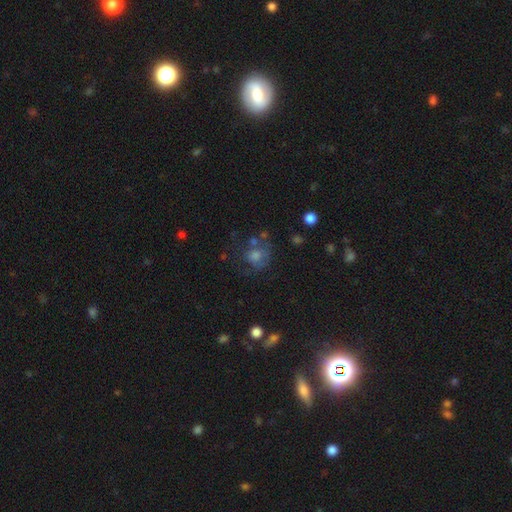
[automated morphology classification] This is possibly a smooth galaxy (51%). How rounded: likely round (73%). Merging: possibly none (51%).